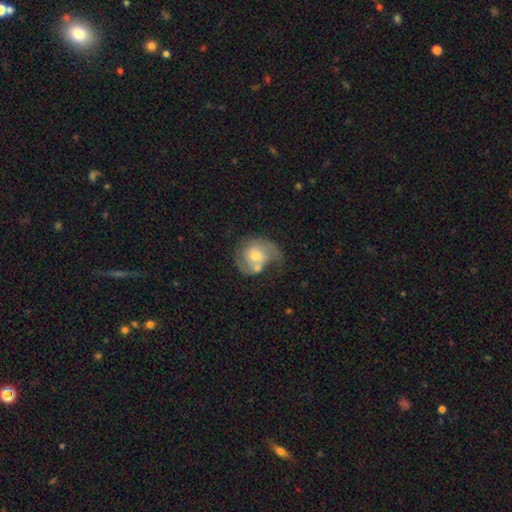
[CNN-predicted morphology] Q: Smooth or featured?
A: featured or disk (68%); runner-up: smooth (25%)
Q: Edge-on disk?
A: no (98%); runner-up: yes (2%)
Q: Bar?
A: no (69%); runner-up: weak (26%)
Q: Spiral arms?
A: yes (87%); runner-up: no (13%)
Q: Spiral winding?
A: medium (44%); runner-up: loose (30%)
Q: Spiral arm count?
A: 2 (74%); runner-up: 1 (12%)
Q: Bulge size?
A: moderate (54%); runner-up: small (35%)
Q: Merging?
A: none (39%); runner-up: merger (23%)